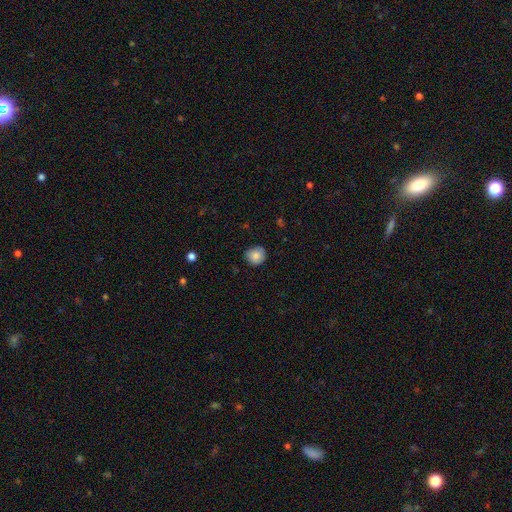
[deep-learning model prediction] This appears to be a smooth galaxy with no disk features (82%) that is round (87%). Merging: none (81%).